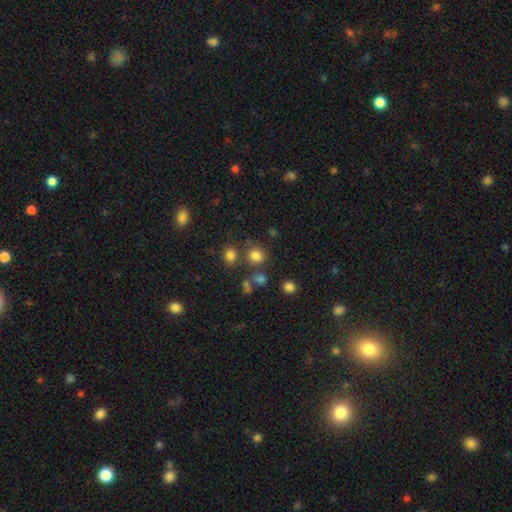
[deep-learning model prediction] Q: Smooth or featured?
A: smooth (79%); runner-up: star or artifact (15%)
Q: How rounded?
A: round (84%); runner-up: in between (15%)
Q: Merging?
A: none (71%); runner-up: merger (14%)